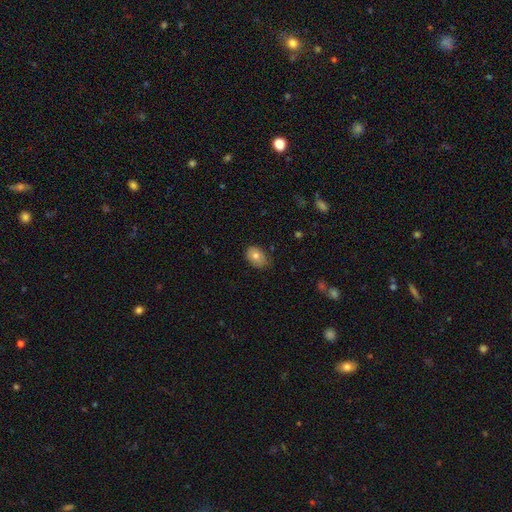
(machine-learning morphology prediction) type=smooth (76%); roundness=in between (74%); merging=none (71%).